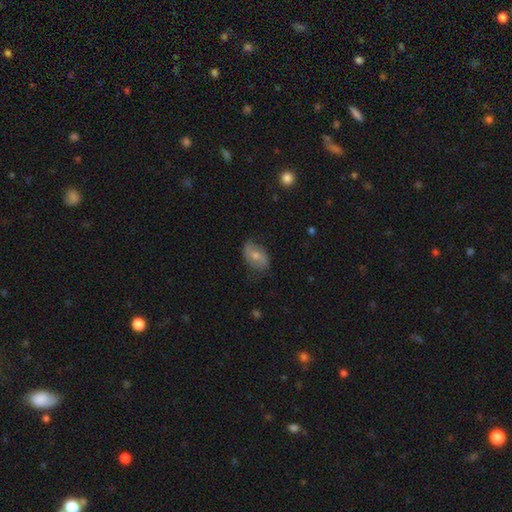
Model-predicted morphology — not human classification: smooth-or-featured: smooth: 55% | featured or disk: 38% | star or artifact: 7%
  how-rounded: in between: 84% | round: 14% | cigar-shaped: 2%
  merging: none: 70% | minor disturbance: 23% | major disturbance: 6% | merger: 1%